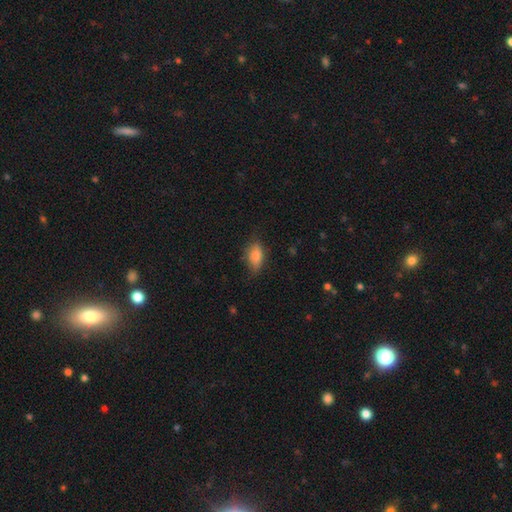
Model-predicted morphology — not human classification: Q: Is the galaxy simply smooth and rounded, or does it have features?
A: smooth — 79%.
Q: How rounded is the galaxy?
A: in between — 85%.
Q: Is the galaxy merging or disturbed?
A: none — 66%.